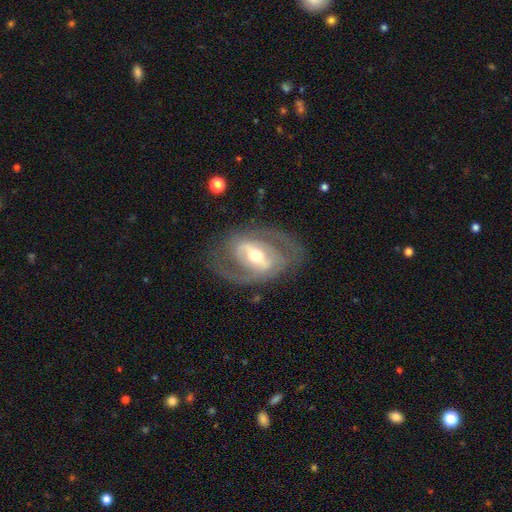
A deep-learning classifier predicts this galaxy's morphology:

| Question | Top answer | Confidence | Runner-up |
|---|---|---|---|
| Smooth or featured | featured or disk | 84% | smooth (11%) |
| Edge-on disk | no | 95% | yes (5%) |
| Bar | strong | 49% | weak (34%) |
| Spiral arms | yes | 80% | no (20%) |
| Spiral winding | medium | 46% | tight (36%) |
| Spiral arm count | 2 | 81% | can't tell (11%) |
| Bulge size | moderate | 66% | small (25%) |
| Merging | none | 74% | minor disturbance (14%) |